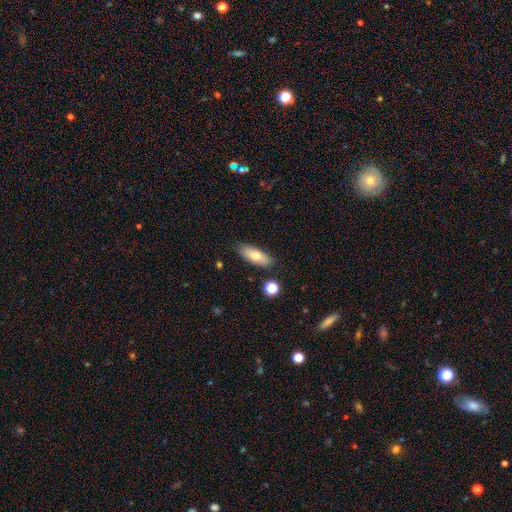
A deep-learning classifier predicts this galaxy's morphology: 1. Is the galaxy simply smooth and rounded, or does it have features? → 72% smooth, 20% featured or disk, 7% star or artifact.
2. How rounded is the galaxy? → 72% in between, 24% cigar-shaped, 3% round.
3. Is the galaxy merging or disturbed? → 85% none, 10% minor disturbance, 2% merger, 2% major disturbance.